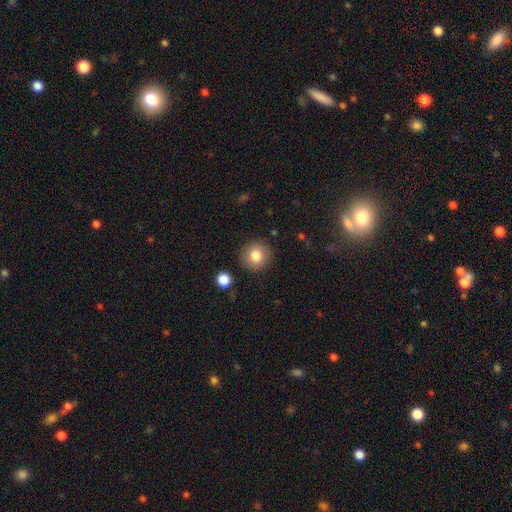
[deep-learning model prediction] Smooth or featured?
  - smooth: 81% *
  - featured or disk: 9%
  - star or artifact: 9%
How rounded?
  - round: 92% *
  - in between: 8%
  - cigar-shaped: 1%
Merging?
  - none: 88% *
  - minor disturbance: 8%
  - major disturbance: 2%
  - merger: 2%